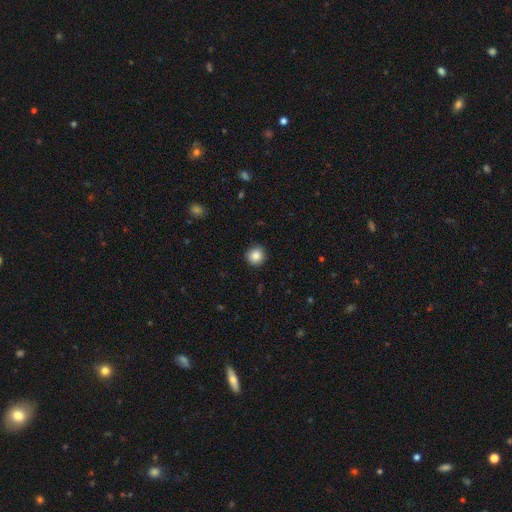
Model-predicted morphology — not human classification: smooth-or-featured: smooth: 86% | star or artifact: 10% | featured or disk: 4%
  how-rounded: round: 92% | in between: 7% | cigar-shaped: 1%
  merging: none: 90% | minor disturbance: 7% | major disturbance: 2% | merger: 1%